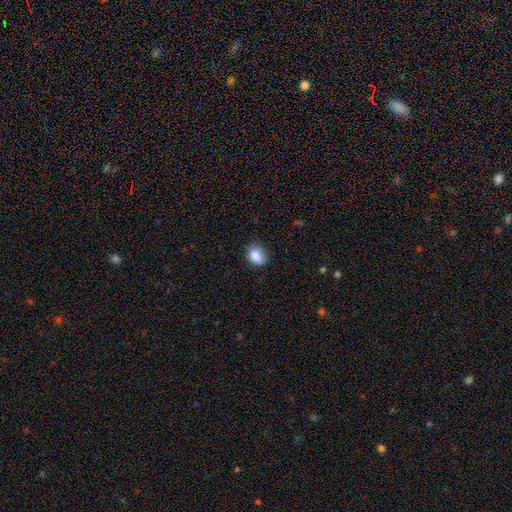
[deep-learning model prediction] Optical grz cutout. It shows a smooth galaxy with no disk features (86%) that is in between round and cigar-shaped (65%). Merging: none (71%).